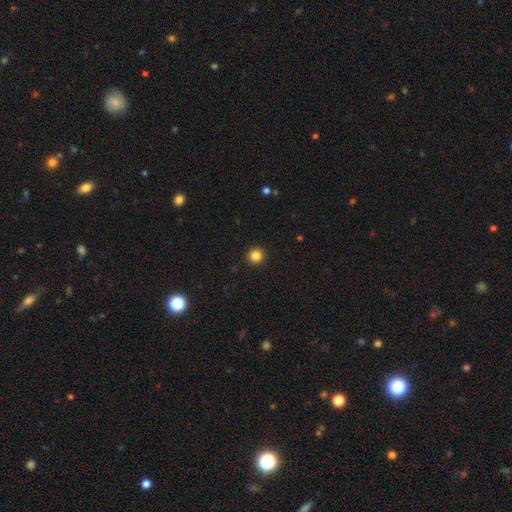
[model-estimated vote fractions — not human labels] Smooth or featured: smooth — 84% (star or artifact — 11%)
How rounded: round — 95% (in between — 4%)
Merging: none — 93% (minor disturbance — 5%)